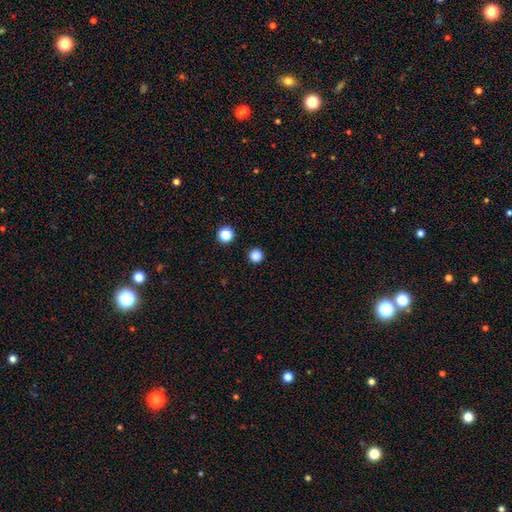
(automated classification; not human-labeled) The model was most divided on "smooth or featured": smooth: 85%, star or artifact: 13%, featured or disk: 3%. More confident: how rounded — round (96%); merging — none (93%).